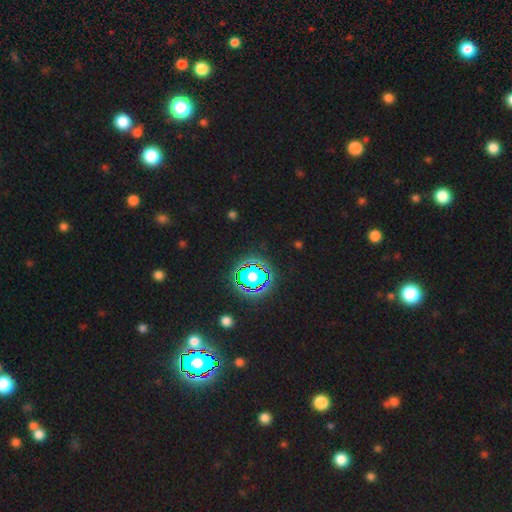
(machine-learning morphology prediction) Smooth or featured?
  - star or artifact: 79% *
  - smooth: 13%
  - featured or disk: 7%